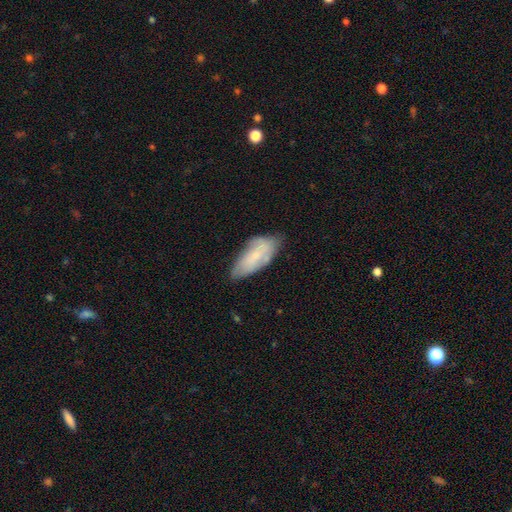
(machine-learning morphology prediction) Smooth or featured: smooth — 62% (featured or disk — 30%)
How rounded: in between — 85% (cigar-shaped — 13%)
Merging: none — 58% (minor disturbance — 31%)